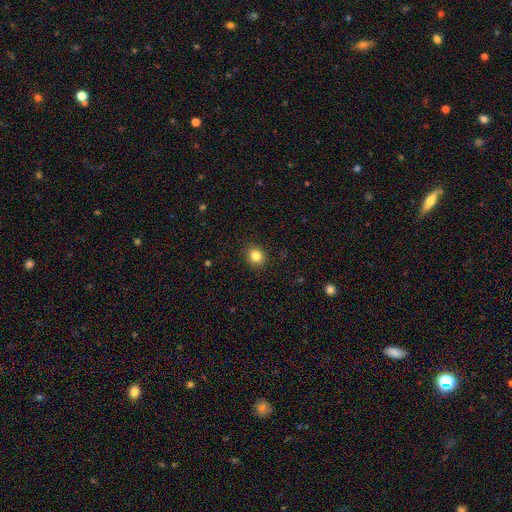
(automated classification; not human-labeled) A smooth galaxy with no disk features (84%) that is round (81%).

Vote fractions:
- Smooth or featured? smooth: 84% / star or artifact: 11% / featured or disk: 5%
- How rounded? round: 81% / in between: 18% / cigar-shaped: 1%
- Merging? none: 91% / minor disturbance: 6% / major disturbance: 2% / merger: 1%